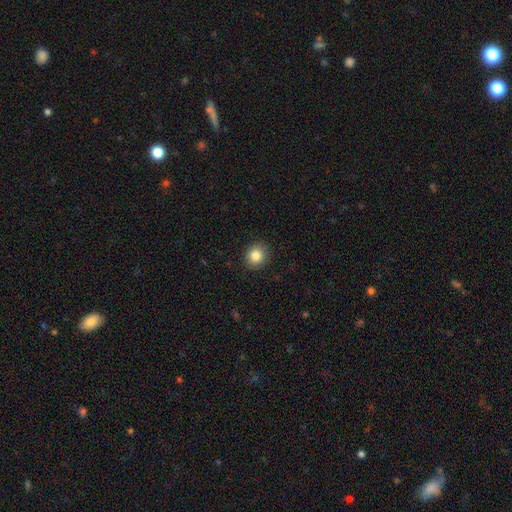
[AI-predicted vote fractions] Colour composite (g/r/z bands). It shows a smooth galaxy with no disk features (85%) that is round (73%). Merging: none (89%).